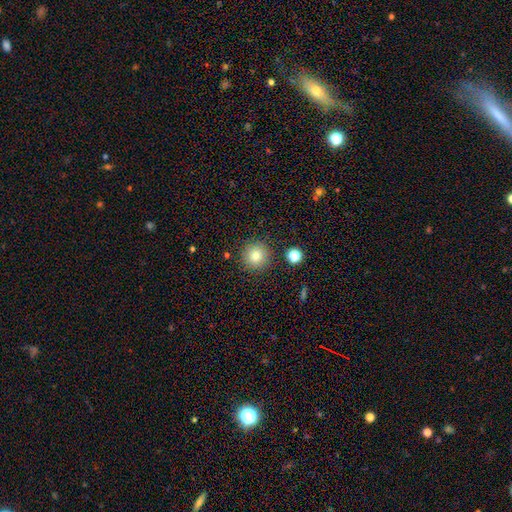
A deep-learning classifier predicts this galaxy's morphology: Smooth or featured? smooth (82%)
How rounded? round (95%)
Merging? none (87%)